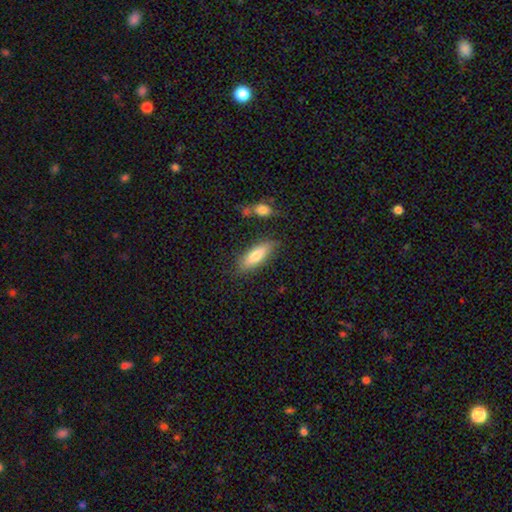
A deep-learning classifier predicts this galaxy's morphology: Smooth or featured?
  - smooth: 75% *
  - featured or disk: 19%
  - star or artifact: 6%
How rounded?
  - in between: 54% *
  - cigar-shaped: 44%
  - round: 2%
Merging?
  - none: 78% *
  - minor disturbance: 15%
  - merger: 4%
  - major disturbance: 4%